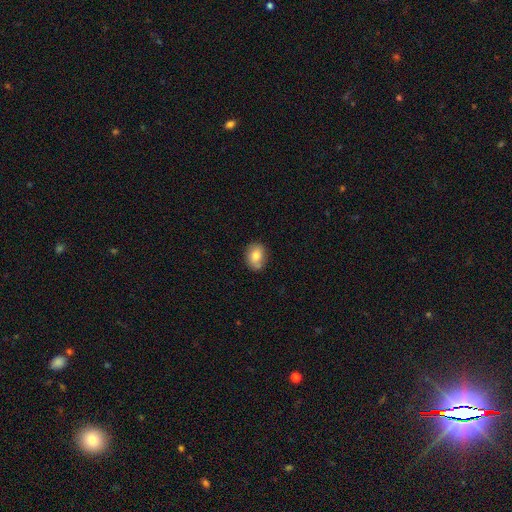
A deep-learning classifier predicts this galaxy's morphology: This appears to be a smooth galaxy with no disk features (81%) that is in between round and cigar-shaped (59%). Merging: none (78%).